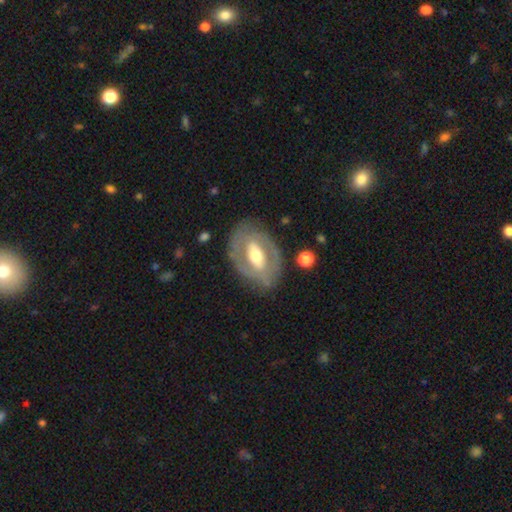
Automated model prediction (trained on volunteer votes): Morphology: type=featured or disk (70%); edge-on=no (92%); bar=strong (38%); spiral arms=no (59%); bulge=moderate (68%); merging=none (76%).